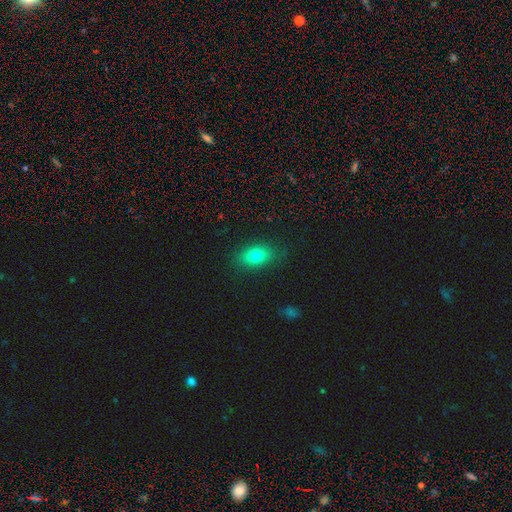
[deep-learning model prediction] Smooth or featured? Predicted: smooth (p=0.76). How rounded? Predicted: in between (p=0.81). Merging? Predicted: none (p=0.85).